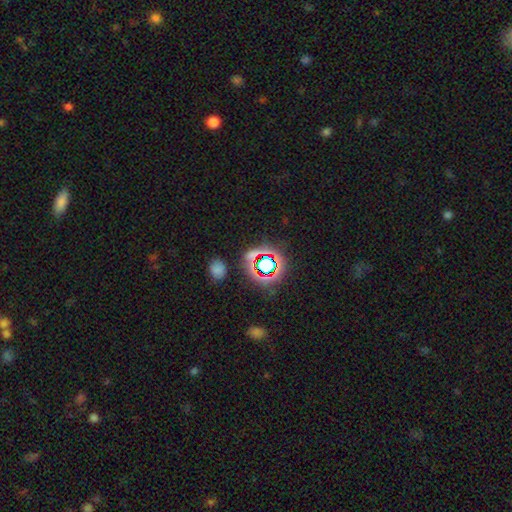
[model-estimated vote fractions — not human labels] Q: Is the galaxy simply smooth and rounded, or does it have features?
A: star or artifact — 63%.